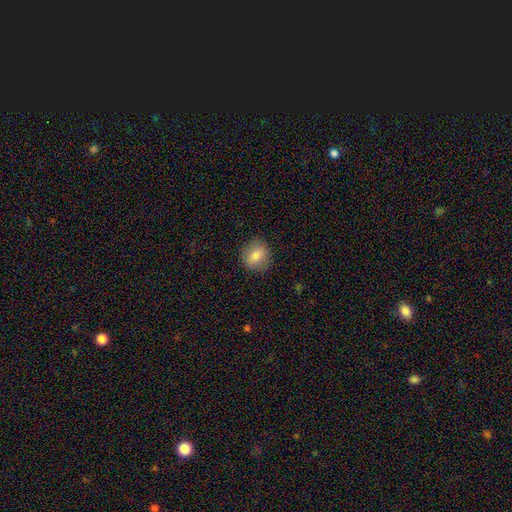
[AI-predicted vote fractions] A smooth galaxy with no disk features (81%) that is round (76%). Merging: none (87%).